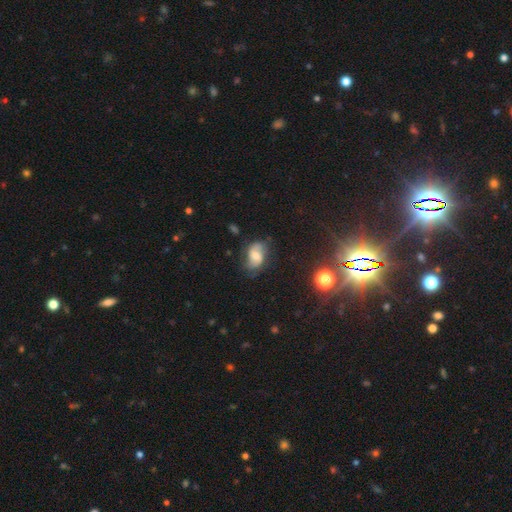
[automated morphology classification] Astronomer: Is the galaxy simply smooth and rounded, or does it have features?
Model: featured or disk — 49% (runner-up: smooth, 40%).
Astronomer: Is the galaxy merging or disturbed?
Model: none — 61%.